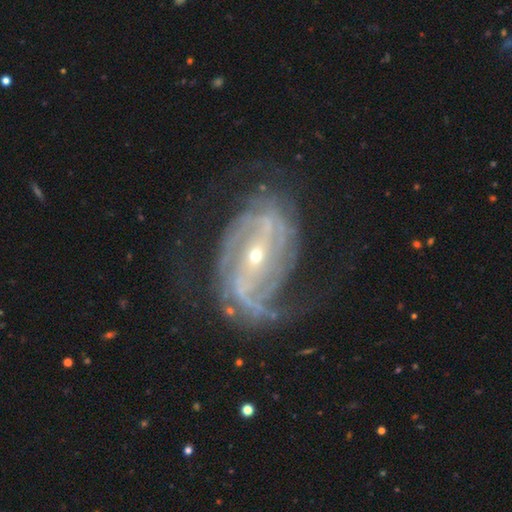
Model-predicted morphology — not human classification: This appears to be a featured or disk galaxy (89%) with a strong bar (48%), 2 (53%) medium (42%) spiral arms (95%) and a small central bulge (72%). Merging: none (54%).